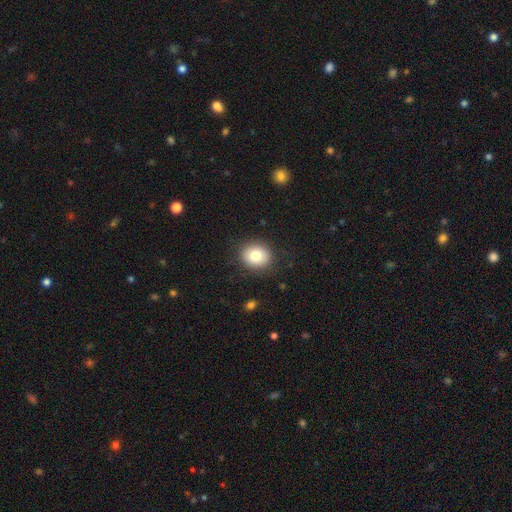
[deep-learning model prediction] A smooth galaxy with no disk features (79%) that is round (71%). Merging: none (88%).